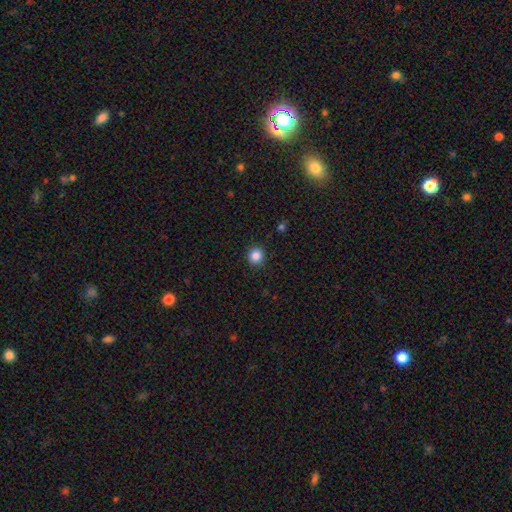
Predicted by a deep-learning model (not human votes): smooth 85%, star or artifact 11%, featured or disk 4%. Down the decision tree: how rounded — round (90%); merging — none (91%).